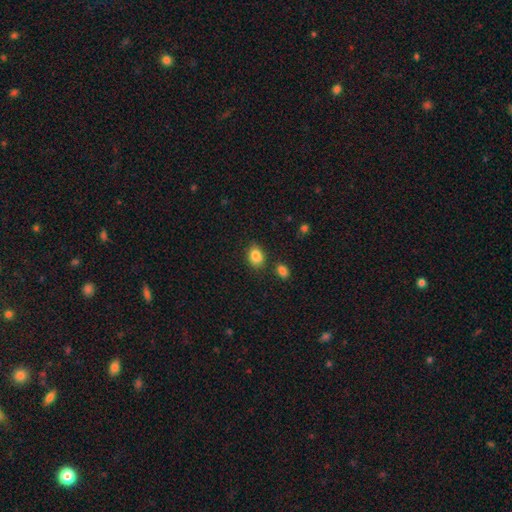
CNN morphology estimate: Q: Smooth or featured?
A: smooth (86%); runner-up: star or artifact (9%)
Q: How rounded?
A: in between (72%); runner-up: round (27%)
Q: Merging?
A: none (76%); runner-up: minor disturbance (14%)